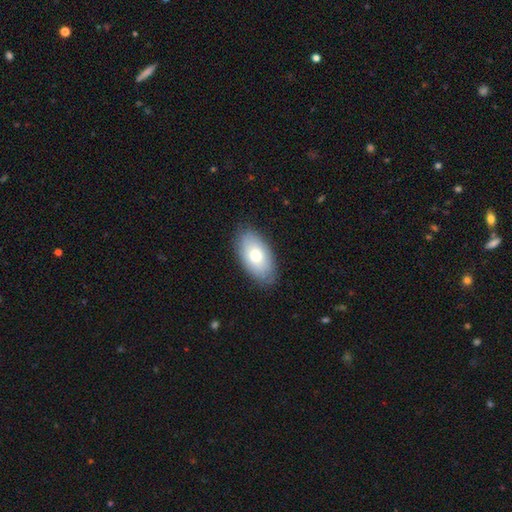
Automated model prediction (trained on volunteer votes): Morphology: type=smooth (70%); roundness=in between (92%); merging=none (83%).